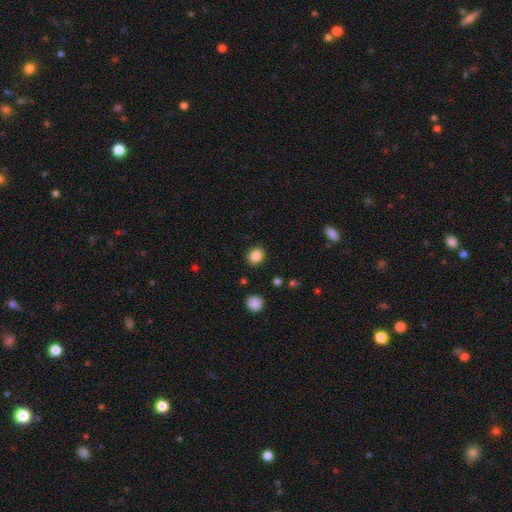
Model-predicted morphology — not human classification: type=smooth (86%); roundness=round (59%); merging=none (89%).